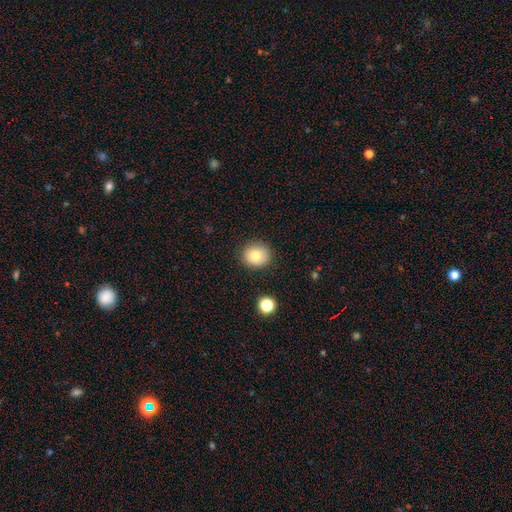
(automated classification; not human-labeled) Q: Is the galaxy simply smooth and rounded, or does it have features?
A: smooth — 78%.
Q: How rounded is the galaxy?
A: round — 86%.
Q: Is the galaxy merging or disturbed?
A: none — 87%.